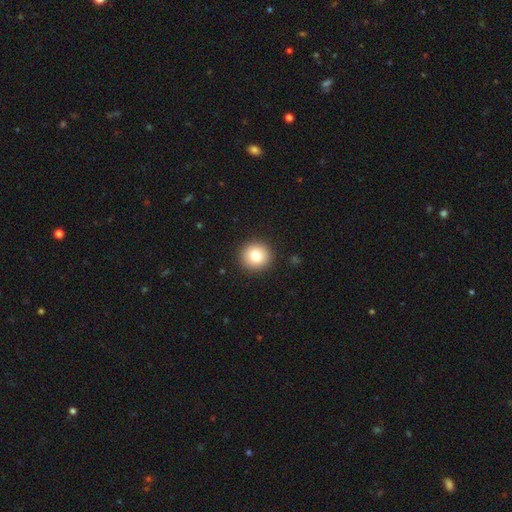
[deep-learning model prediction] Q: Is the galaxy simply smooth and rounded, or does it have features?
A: smooth — 80%.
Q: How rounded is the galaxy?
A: round — 93%.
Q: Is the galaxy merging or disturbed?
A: none — 92%.